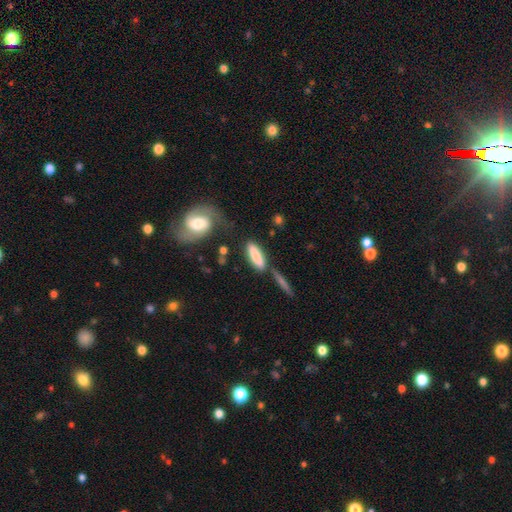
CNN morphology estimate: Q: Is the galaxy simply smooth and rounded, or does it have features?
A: smooth — 80%.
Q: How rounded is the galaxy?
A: cigar-shaped — 51%.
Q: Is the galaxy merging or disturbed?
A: none — 61%.